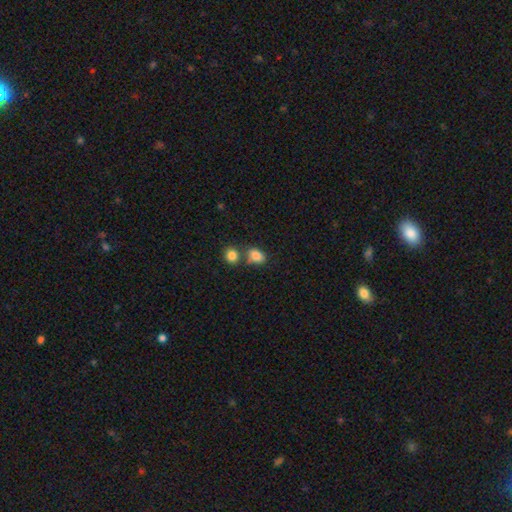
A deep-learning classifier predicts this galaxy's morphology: Overall: smooth (84%). How rounded: in between (76%). Merging: none (51%; merger 32%).